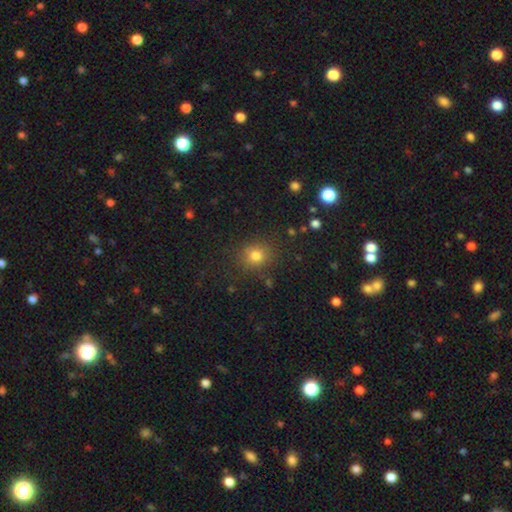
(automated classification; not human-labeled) Morphology: type=smooth (78%); roundness=round (77%); merging=none (84%).